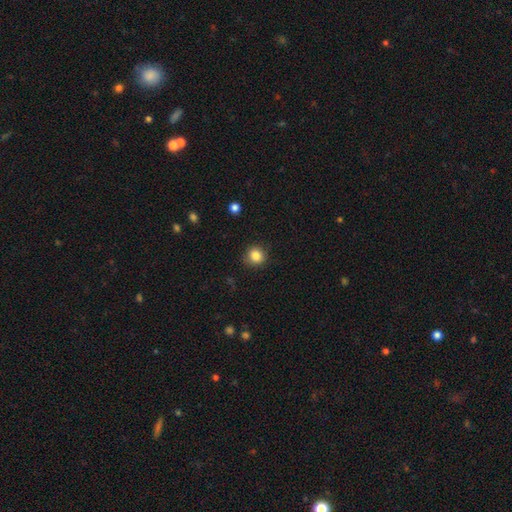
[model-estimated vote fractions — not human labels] Smooth or featured: smooth — 84% (star or artifact — 11%)
How rounded: round — 88% (in between — 11%)
Merging: none — 86% (minor disturbance — 10%)